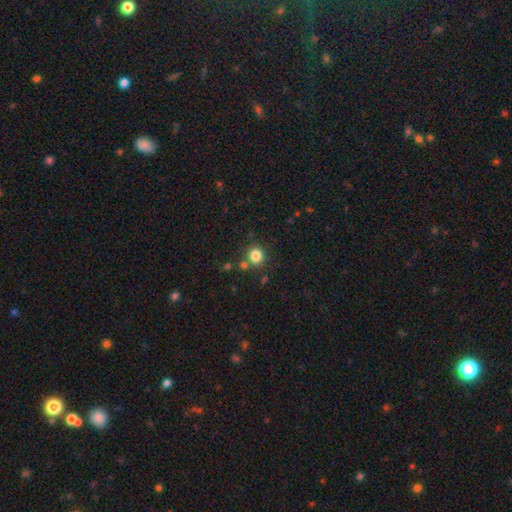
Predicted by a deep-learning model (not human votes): Smooth or featured? smooth (82%)
How rounded? round (90%)
Merging? none (81%)